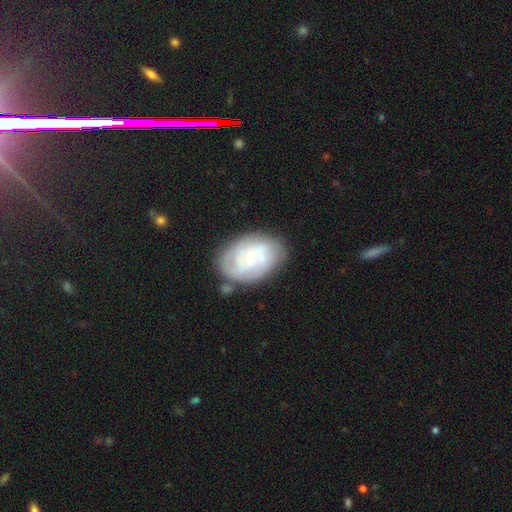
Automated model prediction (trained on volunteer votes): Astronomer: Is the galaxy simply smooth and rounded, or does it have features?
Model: featured or disk — 67%.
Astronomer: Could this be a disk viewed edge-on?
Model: no — 97%.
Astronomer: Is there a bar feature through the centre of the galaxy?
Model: no — 54% (runner-up: weak, 38%).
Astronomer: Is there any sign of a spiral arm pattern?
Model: yes — 90%.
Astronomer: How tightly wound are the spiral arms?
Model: tight — 61%.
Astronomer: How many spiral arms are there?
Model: can't tell — 38% (runner-up: 3, 21%).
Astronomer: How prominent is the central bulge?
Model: small — 64%.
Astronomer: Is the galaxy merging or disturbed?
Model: none — 73%.